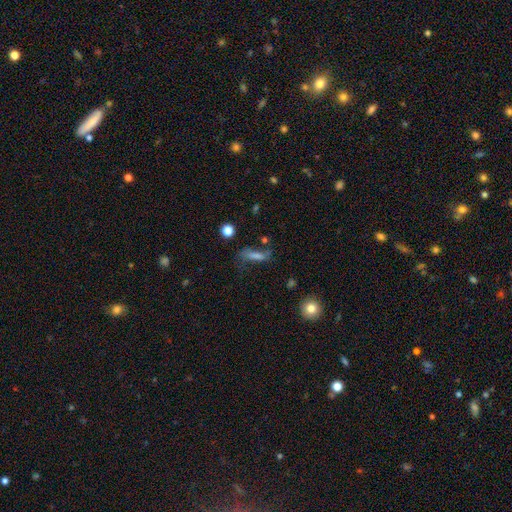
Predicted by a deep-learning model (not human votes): smooth_or_featured: smooth (p=0.49) [alt: featured or disk p=0.32]
merging: none (p=0.51) [alt: minor disturbance p=0.23]